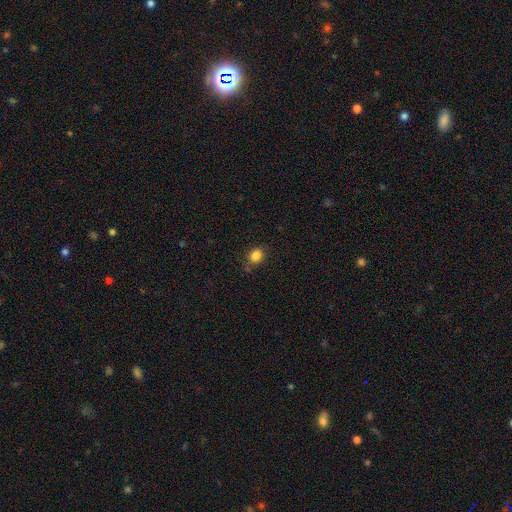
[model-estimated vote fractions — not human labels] smooth-or-featured: smooth: 84% | star or artifact: 11% | featured or disk: 5%
  how-rounded: in between: 50% | round: 49% | cigar-shaped: 1%
  merging: none: 79% | minor disturbance: 13% | merger: 4% | major disturbance: 3%